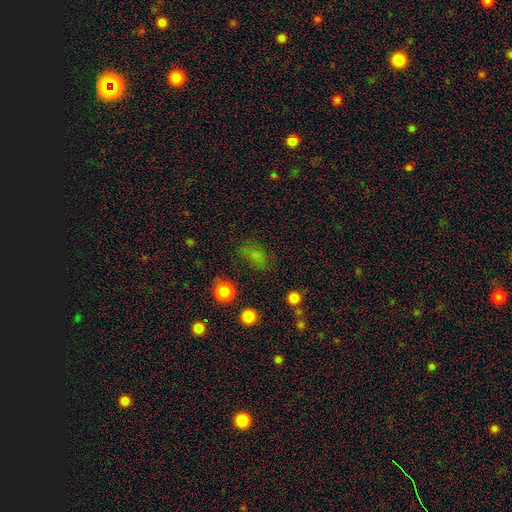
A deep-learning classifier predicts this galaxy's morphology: Q: Smooth or featured?
A: smooth (70%); runner-up: star or artifact (22%)
Q: How rounded?
A: in between (68%); runner-up: round (29%)
Q: Merging?
A: none (71%); runner-up: minor disturbance (17%)